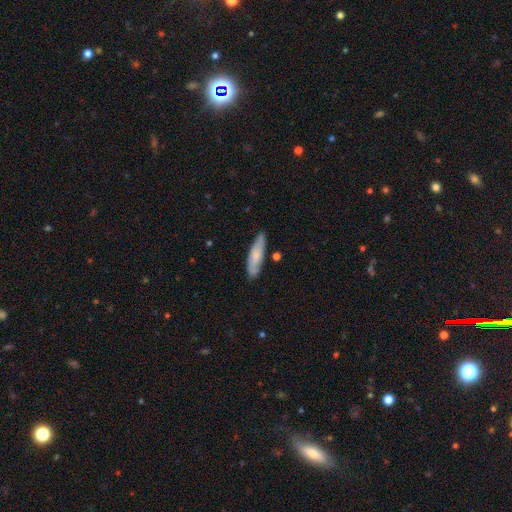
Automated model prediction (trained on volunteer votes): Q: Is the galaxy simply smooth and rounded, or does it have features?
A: smooth — 64%.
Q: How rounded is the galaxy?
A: cigar-shaped — 66%.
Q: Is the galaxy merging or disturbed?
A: none — 76%.